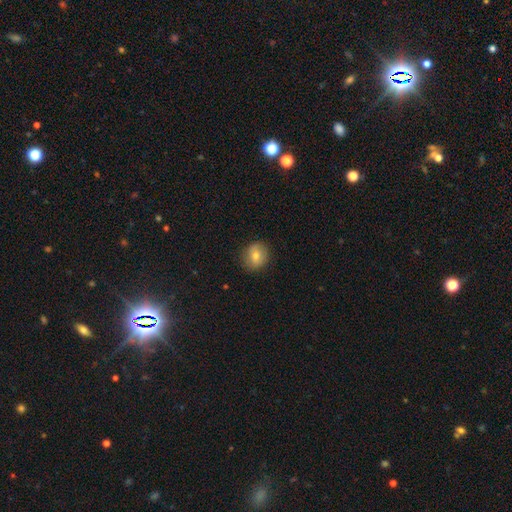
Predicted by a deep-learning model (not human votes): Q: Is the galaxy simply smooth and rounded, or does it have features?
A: smooth — 71%.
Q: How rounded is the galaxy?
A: round — 73%.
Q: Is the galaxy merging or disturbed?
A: none — 84%.